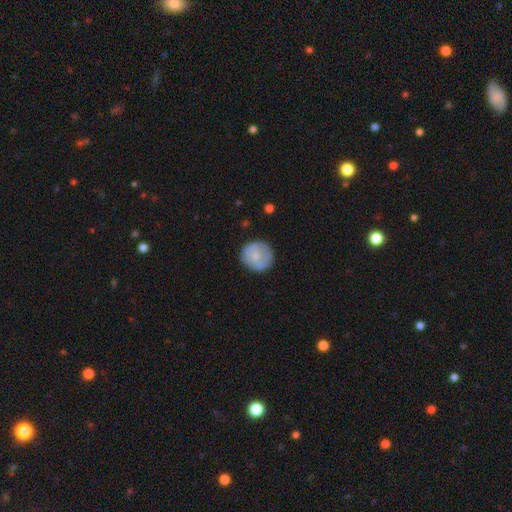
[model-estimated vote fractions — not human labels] This is likely a smooth galaxy (66%). How rounded: clearly round (88%). Merging: likely none (72%).